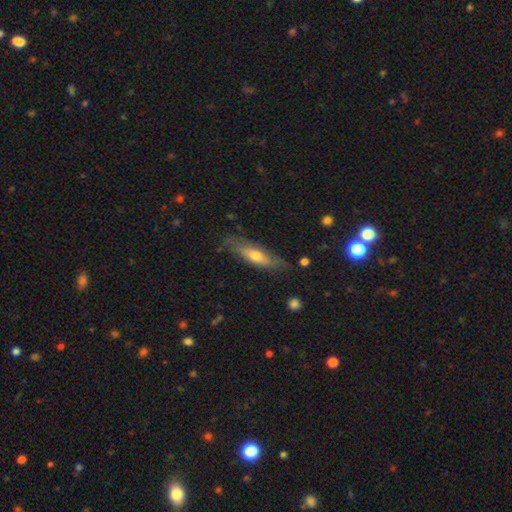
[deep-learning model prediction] smooth 51%, featured or disk 43%, star or artifact 6%. Down the decision tree: how rounded — cigar-shaped (60%); merging — none (73%).